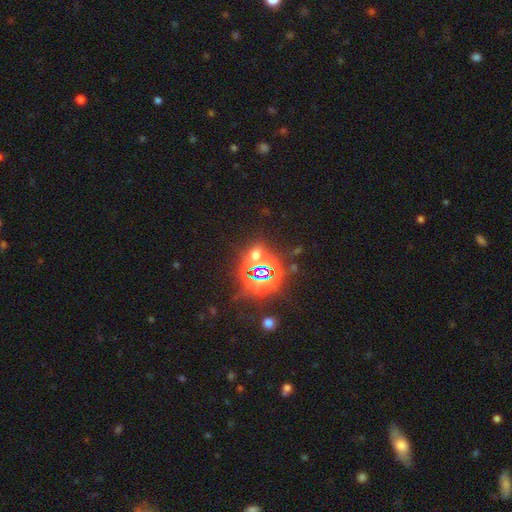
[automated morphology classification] type=star or artifact (69%).